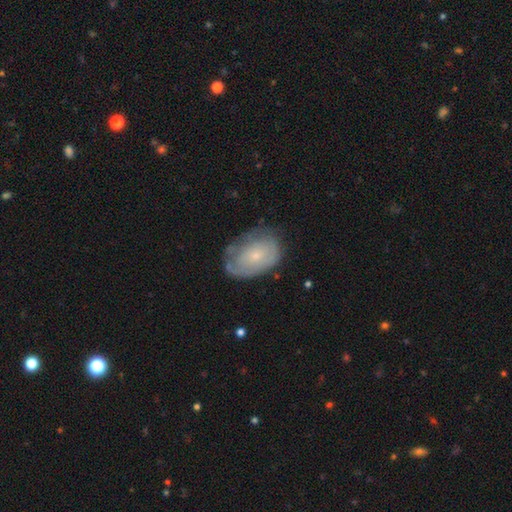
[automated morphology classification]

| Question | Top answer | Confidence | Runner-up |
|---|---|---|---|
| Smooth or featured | featured or disk | 48% | smooth (44%) |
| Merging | none | 55% | minor disturbance (30%) |